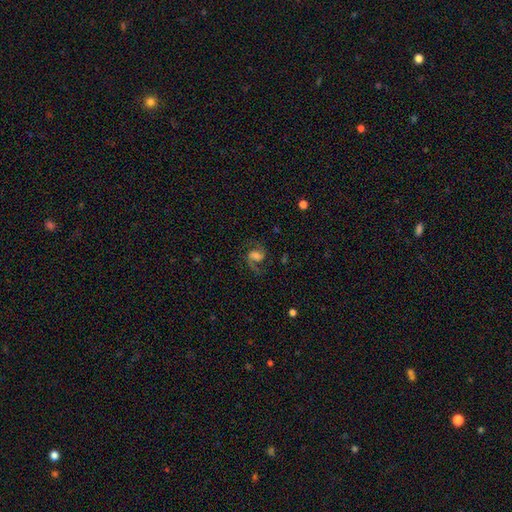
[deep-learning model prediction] A featured or disk galaxy (83%) with a weak bar (48%), 2 (90%) medium (53%) spiral arms (97%) and a moderate central bulge (36%). Merging: none (74%).